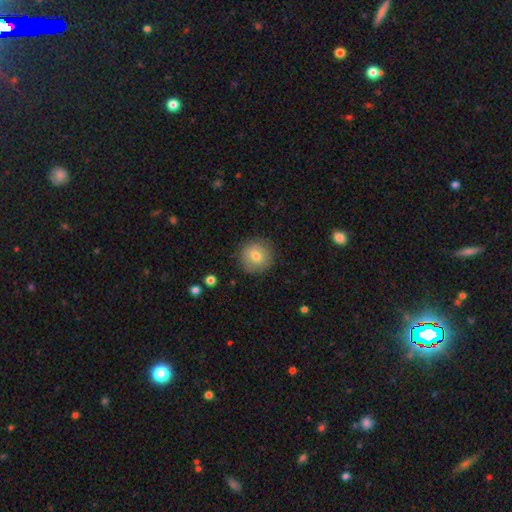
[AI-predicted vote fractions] A smooth galaxy with no disk features (77%) that is round (93%).

Vote fractions:
- Smooth or featured? smooth: 77% / featured or disk: 15% / star or artifact: 9%
- How rounded? round: 93% / in between: 7% / cigar-shaped: 1%
- Merging? none: 85% / minor disturbance: 10% / major disturbance: 3% / merger: 1%